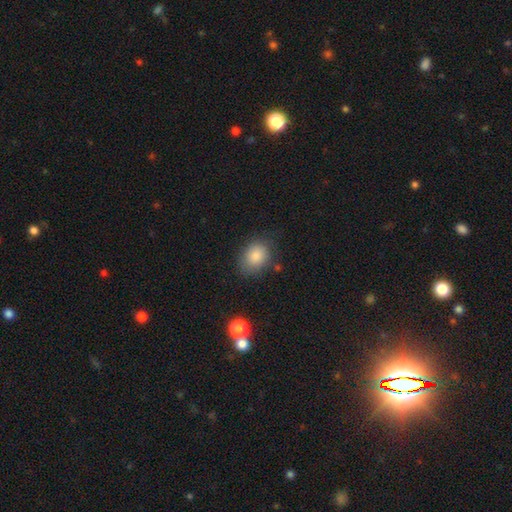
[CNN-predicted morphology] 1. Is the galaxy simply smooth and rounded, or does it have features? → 84% smooth, 9% star or artifact, 7% featured or disk.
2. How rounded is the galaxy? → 64% in between, 35% round, 1% cigar-shaped.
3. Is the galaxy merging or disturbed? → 73% none, 19% minor disturbance, 5% major disturbance, 3% merger.